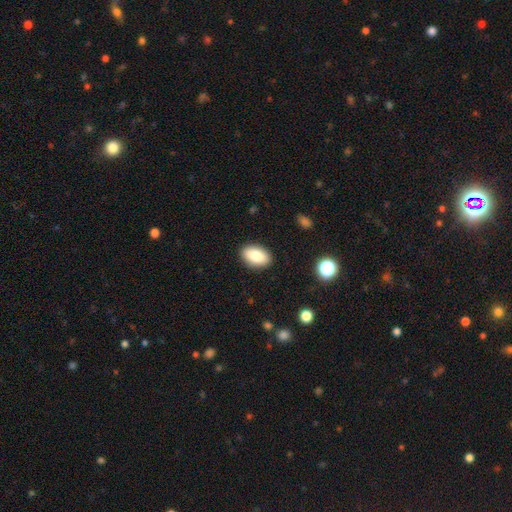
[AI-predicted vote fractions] Q: Smooth or featured?
A: smooth (85%); runner-up: featured or disk (8%)
Q: How rounded?
A: in between (92%); runner-up: round (6%)
Q: Merging?
A: none (88%); runner-up: minor disturbance (8%)